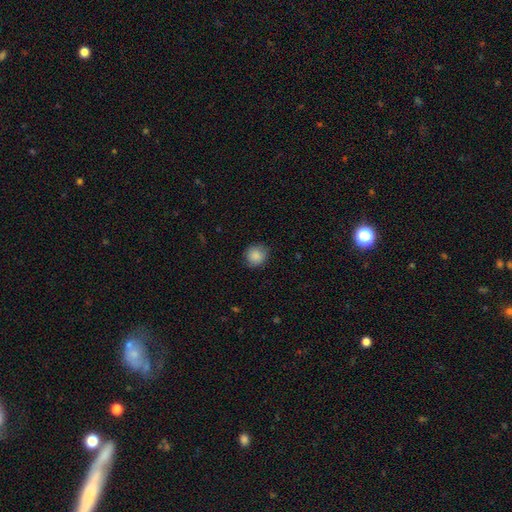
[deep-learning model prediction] Smooth or featured?
  - smooth: 87% *
  - star or artifact: 8%
  - featured or disk: 5%
How rounded?
  - round: 86% *
  - in between: 13%
  - cigar-shaped: 1%
Merging?
  - none: 83% *
  - minor disturbance: 13%
  - major disturbance: 3%
  - merger: 1%